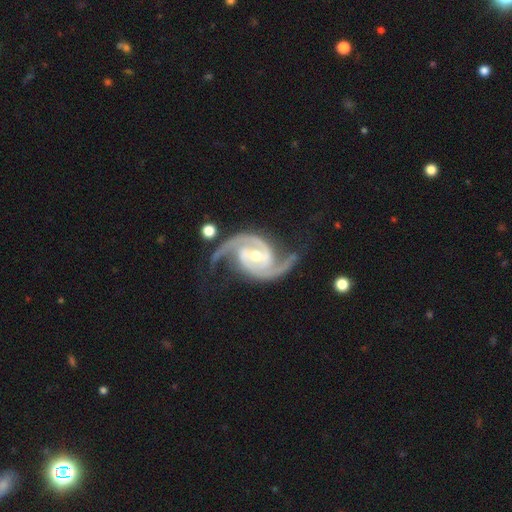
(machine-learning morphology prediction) smooth-or-featured: featured or disk: 94% | star or artifact: 4% | smooth: 2%
  disk-edge-on: no: 98% | yes: 2%
    bar: weak: 44% | strong: 30% | no: 27%
    has-spiral-arms: yes: 99% | no: 1%
      spiral-winding: medium: 60% | tight: 21% | loose: 19%
      spiral-arm-count: 2: 92% | 3: 3% | can't tell: 1% | 1: 1% | 4: 1% | more than 4: 1%
    bulge-size: moderate: 56% | small: 40% | large: 2% | none: 1% | dominant: 1%
  merging: none: 69% | minor disturbance: 18% | major disturbance: 9% | merger: 3%